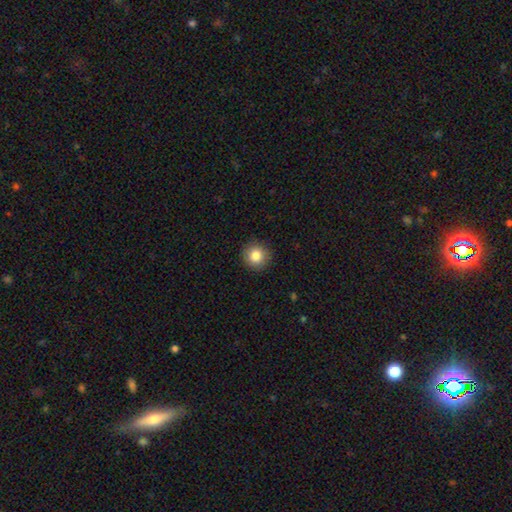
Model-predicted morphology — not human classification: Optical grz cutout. It shows a smooth galaxy with no disk features (84%) that is round (94%). Merging: none (92%).